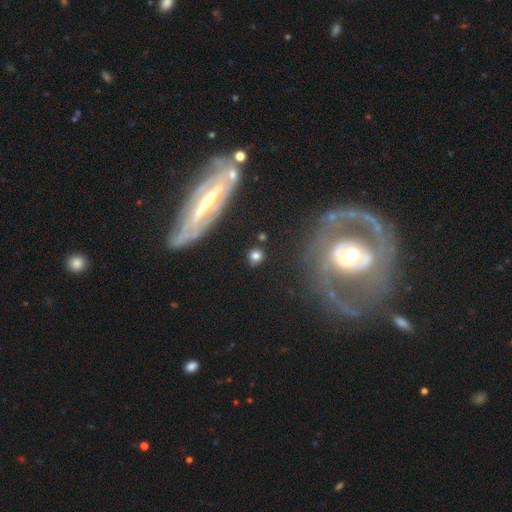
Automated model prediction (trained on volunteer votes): smooth-or-featured: smooth: 73% | featured or disk: 14% | star or artifact: 13%
  how-rounded: round: 85% | in between: 12% | cigar-shaped: 2%
  merging: none: 83% | minor disturbance: 10% | major disturbance: 4% | merger: 4%